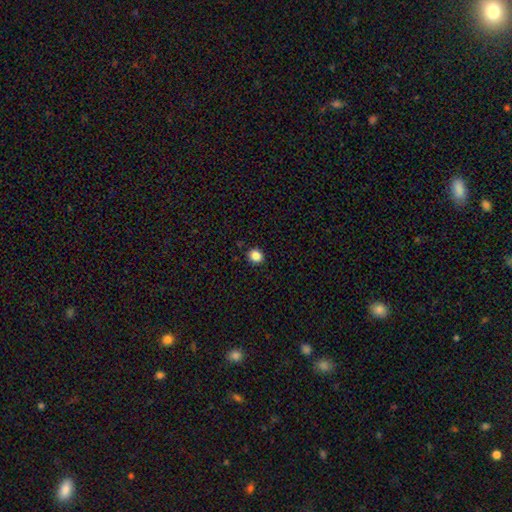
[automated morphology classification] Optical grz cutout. It shows a smooth galaxy with no disk features (85%) that is round (83%). Merging: none (91%).